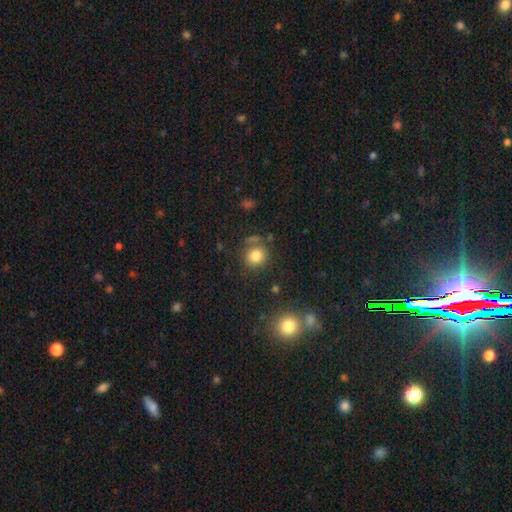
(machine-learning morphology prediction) A smooth galaxy with no disk features (81%) that is round (80%).

Vote fractions:
- Smooth or featured? smooth: 81% / star or artifact: 12% / featured or disk: 7%
- How rounded? round: 80% / in between: 19% / cigar-shaped: 1%
- Merging? none: 73% / minor disturbance: 13% / merger: 8% / major disturbance: 6%